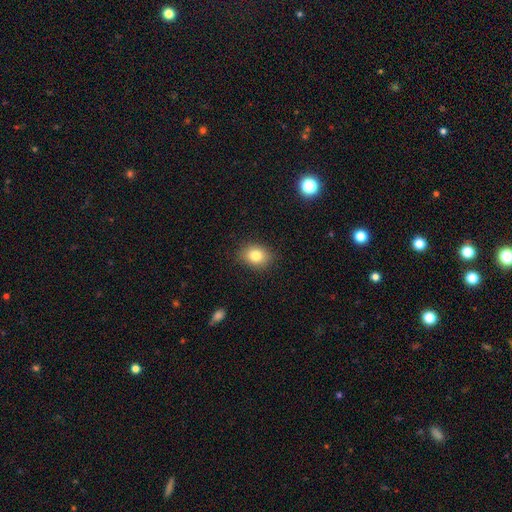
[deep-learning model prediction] Smooth or featured?
  - smooth: 81% *
  - star or artifact: 10%
  - featured or disk: 9%
How rounded?
  - in between: 56% *
  - round: 43%
  - cigar-shaped: 1%
Merging?
  - none: 86% *
  - minor disturbance: 10%
  - major disturbance: 3%
  - merger: 1%